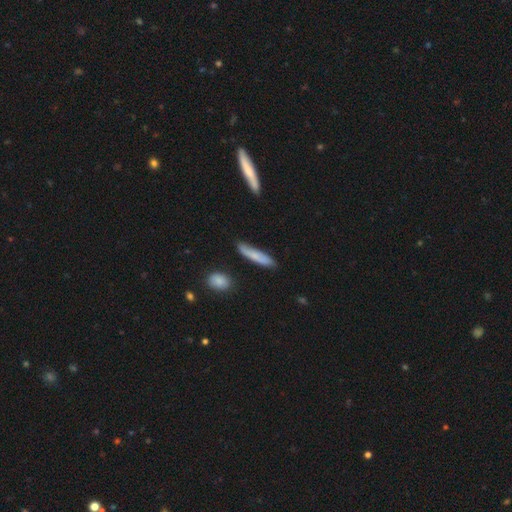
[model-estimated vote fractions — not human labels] Q: Smooth or featured?
A: smooth (74%); runner-up: featured or disk (20%)
Q: How rounded?
A: cigar-shaped (84%); runner-up: in between (14%)
Q: Merging?
A: none (79%); runner-up: minor disturbance (15%)